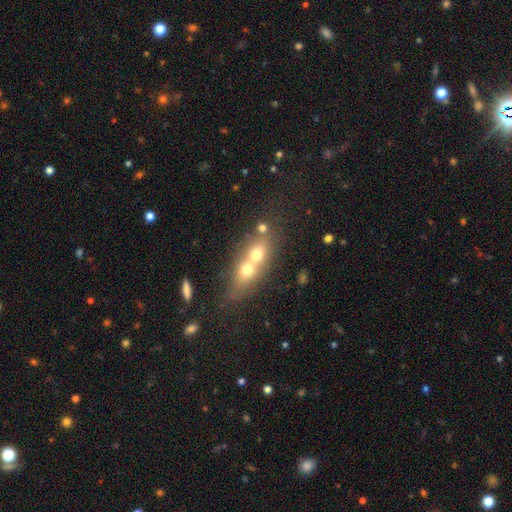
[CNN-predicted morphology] Smooth or featured: smooth — 56% (featured or disk — 31%)
How rounded: in between — 50% (round — 36%)
Merging: merger — 71% (none — 20%)